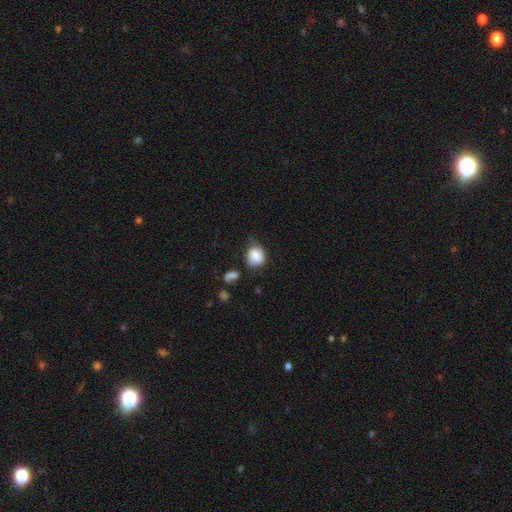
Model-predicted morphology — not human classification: This appears to be a smooth galaxy with no disk features (83%) that is round (57%). Merging: none (43%).